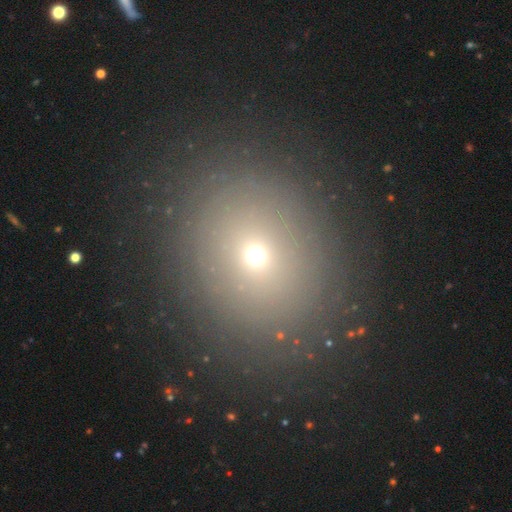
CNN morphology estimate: Smooth or featured: smooth — 62% (star or artifact — 23%)
How rounded: round — 65% (in between — 34%)
Merging: none — 85% (minor disturbance — 9%)